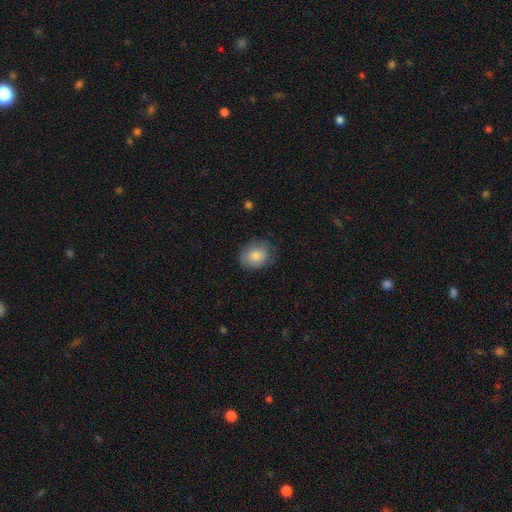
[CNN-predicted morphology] The model was most divided on "how rounded": in between: 56%, round: 43%, cigar-shaped: 1%. More confident: smooth or featured — smooth (80%); merging — none (78%).